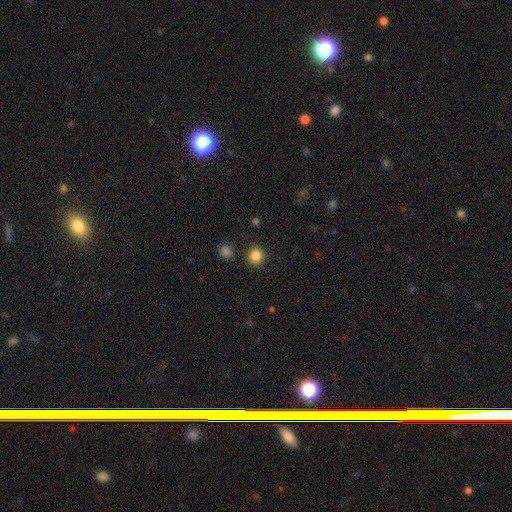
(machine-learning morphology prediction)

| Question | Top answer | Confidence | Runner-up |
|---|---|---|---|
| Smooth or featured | smooth | 85% | star or artifact (11%) |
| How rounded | round | 91% | in between (8%) |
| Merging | none | 90% | minor disturbance (6%) |